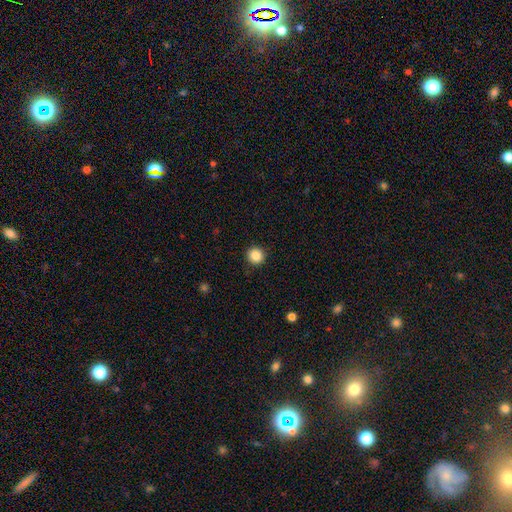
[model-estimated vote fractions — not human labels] smooth 87%, star or artifact 10%, featured or disk 3%. Down the decision tree: how rounded — round (94%); merging — none (92%).